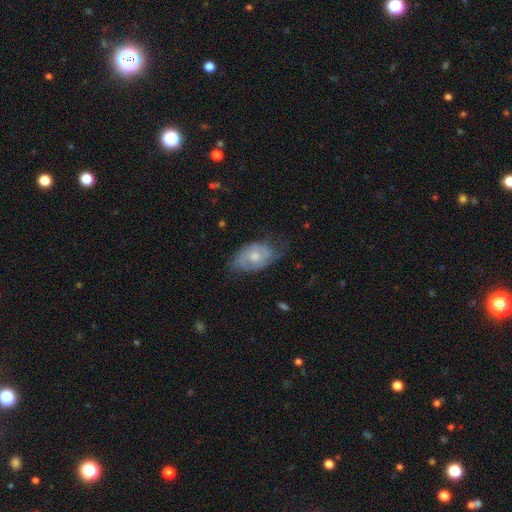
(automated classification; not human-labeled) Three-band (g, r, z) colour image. It shows a featured or disk galaxy (66%) with no bar (72%), 2 (59%) tight (47%) spiral arms (85%) and a moderate central bulge (62%). Merging: none (58%).